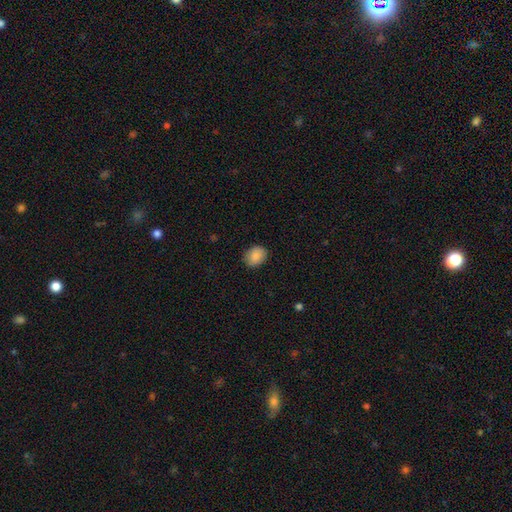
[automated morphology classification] Smooth or featured? Predicted: smooth (p=0.88). How rounded? Predicted: round (p=0.53). Merging? Predicted: none (p=0.86).